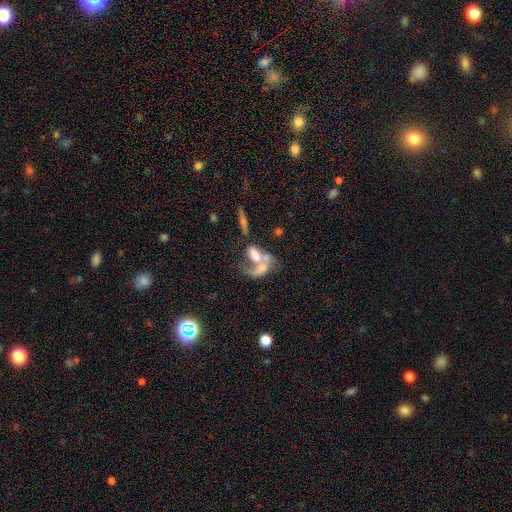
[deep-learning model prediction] Morphology: type=featured or disk (48%); merging=merger (63%).